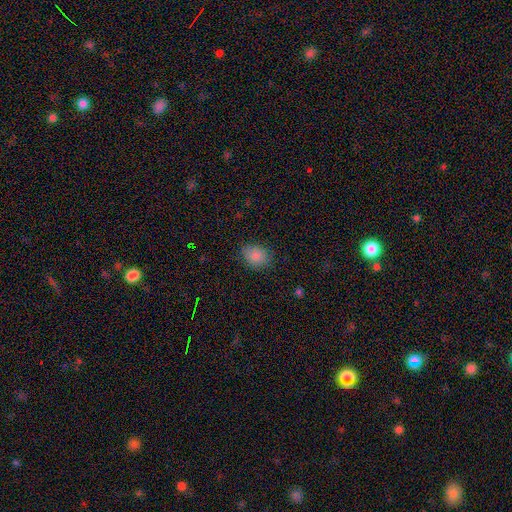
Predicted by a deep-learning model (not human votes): Overall: smooth (85%). How rounded: in between (53%; round 46%). Merging: none (79%).